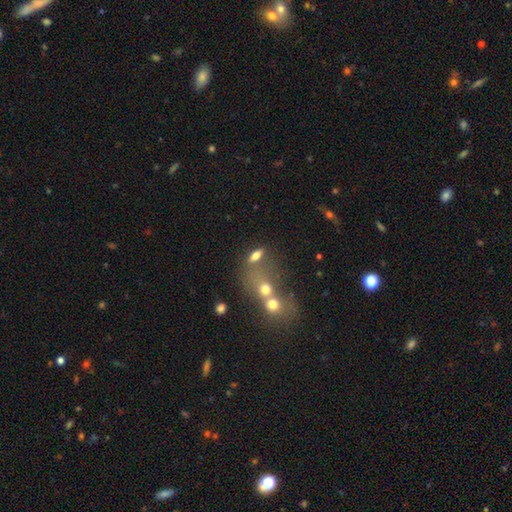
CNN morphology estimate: Q: Smooth or featured?
A: smooth (67%); runner-up: featured or disk (19%)
Q: How rounded?
A: in between (67%); runner-up: round (21%)
Q: Merging?
A: merger (47%); runner-up: none (34%)